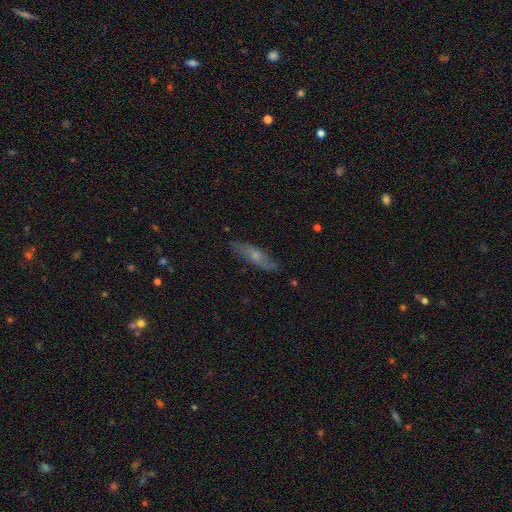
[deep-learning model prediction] Smooth or featured: featured or disk — 46% (tied with smooth — 46%)
Merging: none — 81% (minor disturbance — 15%)